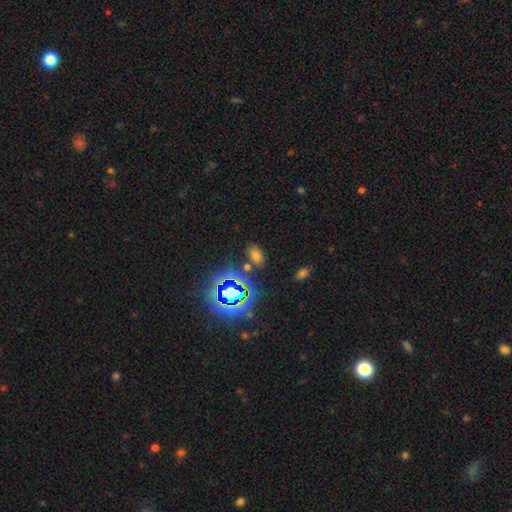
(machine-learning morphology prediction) Q: Smooth or featured?
A: smooth (61%); runner-up: star or artifact (32%)
Q: How rounded?
A: in between (87%); runner-up: round (11%)
Q: Merging?
A: none (78%); runner-up: minor disturbance (11%)